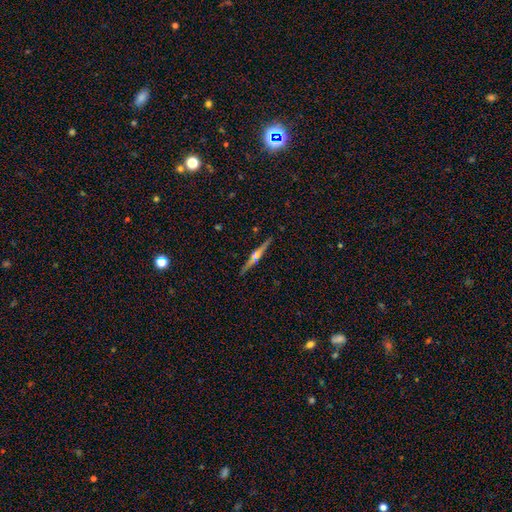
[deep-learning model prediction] smooth_or_featured: featured or disk (p=0.78) [alt: smooth p=0.15]
disk_edge_on: yes (p=0.98) [alt: no p=0.02]
edge_on_bulge: rounded (p=0.93) [alt: boxy p=0.04]
merging: none (p=0.90) [alt: minor disturbance p=0.07]